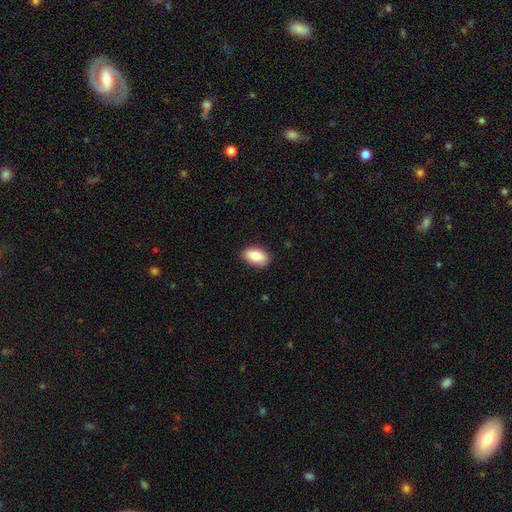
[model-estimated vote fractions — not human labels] Smooth or featured? Predicted: smooth (p=0.86). How rounded? Predicted: in between (p=0.93). Merging? Predicted: none (p=0.87).